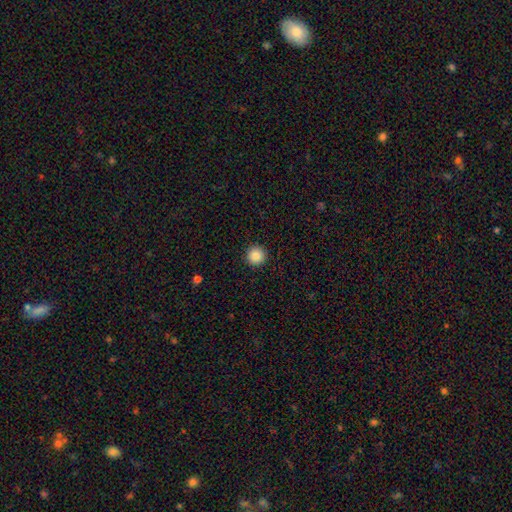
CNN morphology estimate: smooth_or_featured: smooth (p=0.87) [alt: star or artifact p=0.09]
how_rounded: round (p=0.96) [alt: in between p=0.03]
merging: none (p=0.93) [alt: minor disturbance p=0.04]